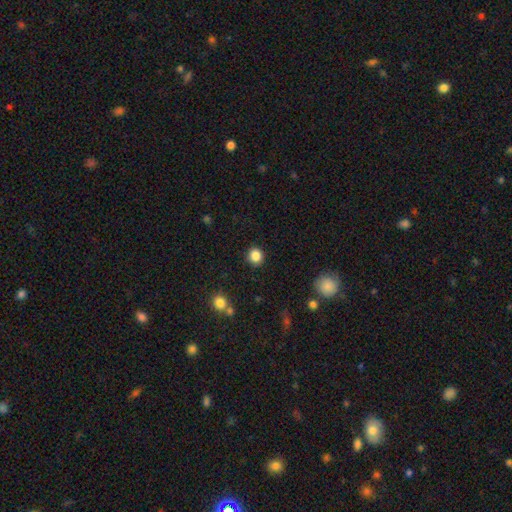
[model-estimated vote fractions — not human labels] A smooth galaxy with no disk features (86%) that is round (87%).

Vote fractions:
- Smooth or featured? smooth: 86% / star or artifact: 10% / featured or disk: 4%
- How rounded? round: 87% / in between: 12% / cigar-shaped: 1%
- Merging? none: 90% / minor disturbance: 6% / major disturbance: 2% / merger: 2%